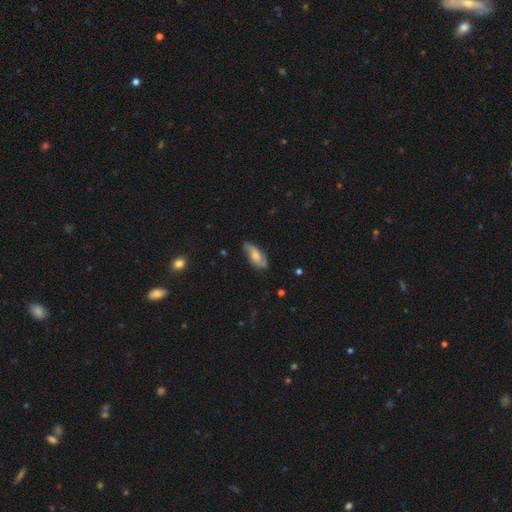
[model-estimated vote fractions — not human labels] Smooth or featured? Predicted: smooth (p=0.49). Merging? Predicted: none (p=0.74).